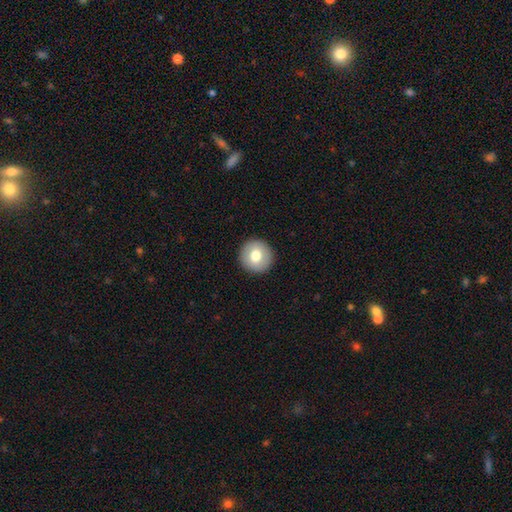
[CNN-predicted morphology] A smooth galaxy with no disk features (74%) that is round (95%).

Vote fractions:
- Smooth or featured? smooth: 74% / featured or disk: 19% / star or artifact: 8%
- How rounded? round: 95% / in between: 4% / cigar-shaped: 1%
- Merging? none: 93% / minor disturbance: 5% / major disturbance: 2% / merger: 1%